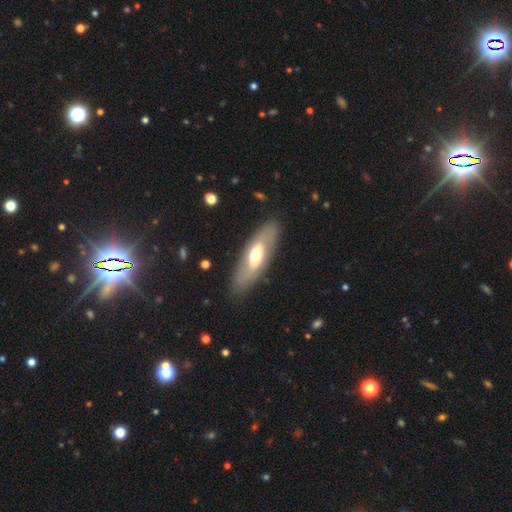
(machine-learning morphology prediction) Q: Smooth or featured?
A: featured or disk (52%); runner-up: smooth (43%)
Q: Edge-on disk?
A: no (71%); runner-up: yes (29%)
Q: Merging?
A: none (84%); runner-up: minor disturbance (11%)